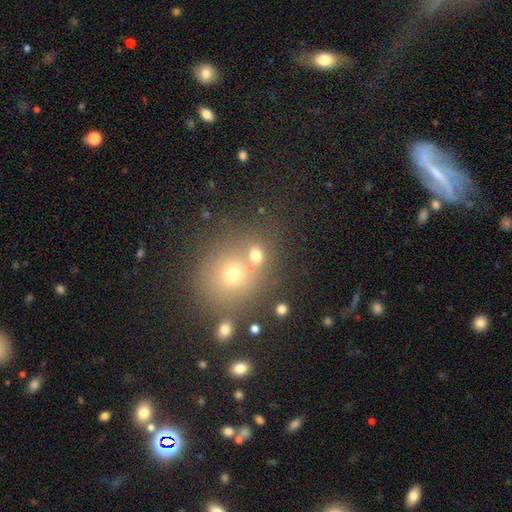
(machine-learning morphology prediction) A smooth galaxy with no disk features (69%) that is round (75%). Merging: none (54%).